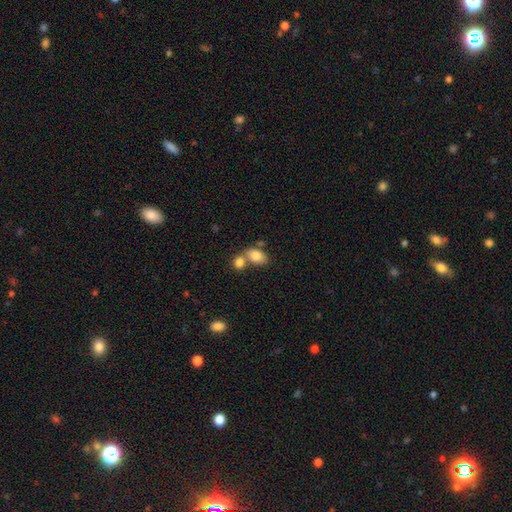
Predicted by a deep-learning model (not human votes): A smooth galaxy with no disk features (82%) that is in between round and cigar-shaped (84%).

Vote fractions:
- Smooth or featured? smooth: 82% / featured or disk: 10% / star or artifact: 8%
- How rounded? in between: 84% / round: 15% / cigar-shaped: 2%
- Merging? merger: 46% / none: 40% / minor disturbance: 10% / major disturbance: 4%